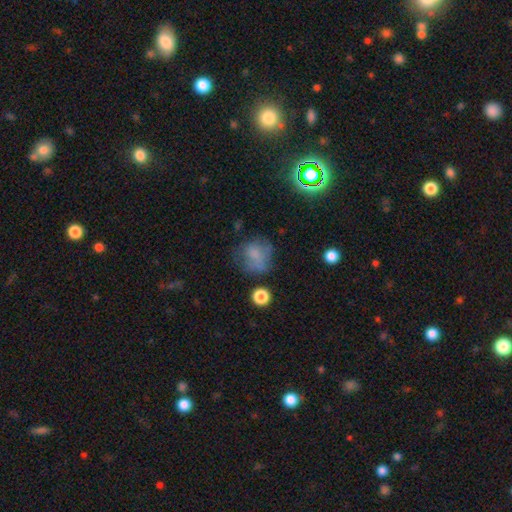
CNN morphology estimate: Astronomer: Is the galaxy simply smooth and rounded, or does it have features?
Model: smooth — 63%.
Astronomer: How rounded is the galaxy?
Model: round — 69%.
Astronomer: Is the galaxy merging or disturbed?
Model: none — 47% (runner-up: minor disturbance, 26%).